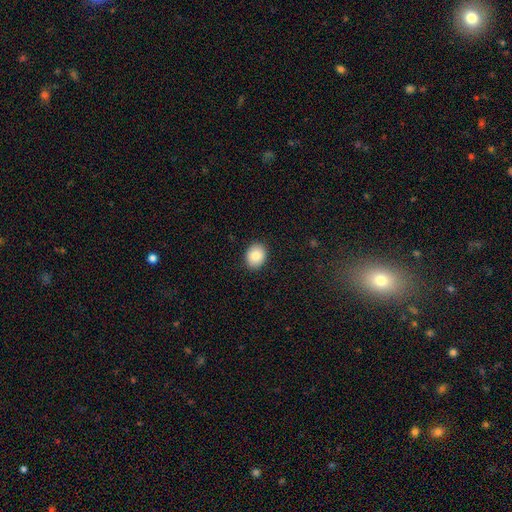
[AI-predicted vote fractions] A smooth galaxy with no disk features (86%) that is round (51%). Merging: none (90%).